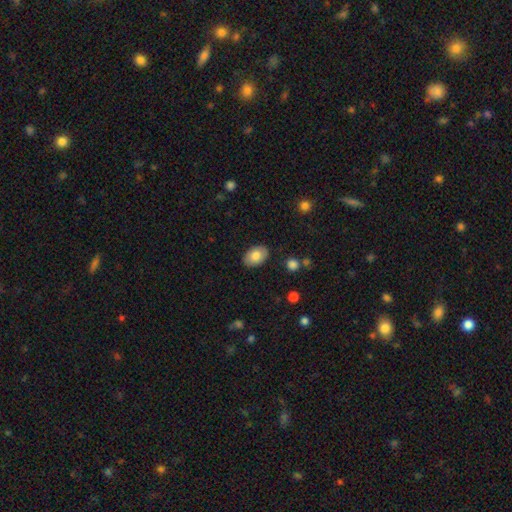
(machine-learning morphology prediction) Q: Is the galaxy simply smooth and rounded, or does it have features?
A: smooth — 80%.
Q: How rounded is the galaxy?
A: in between — 89%.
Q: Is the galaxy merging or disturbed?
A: none — 86%.